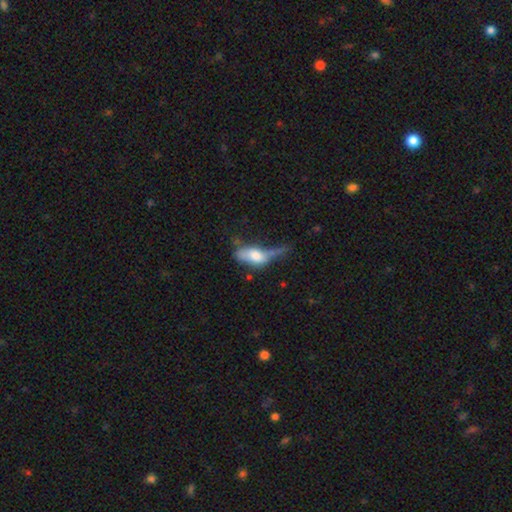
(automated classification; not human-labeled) smooth 62%, featured or disk 30%, star or artifact 8%. Down the decision tree: how rounded — in between (77%); merging — major disturbance (36%).